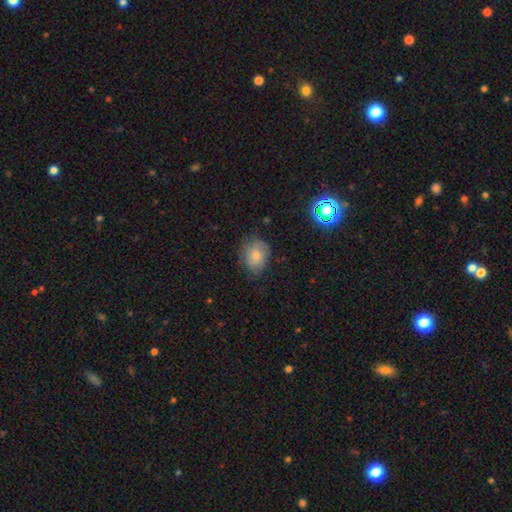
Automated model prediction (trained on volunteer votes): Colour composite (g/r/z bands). It shows a smooth galaxy with no disk features (74%) that is in between round and cigar-shaped (55%). Merging: none (67%).